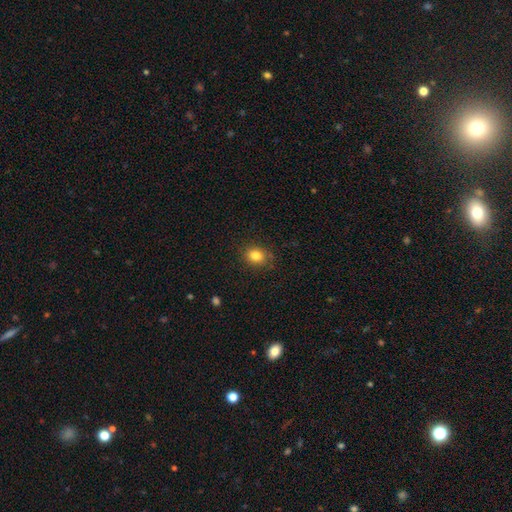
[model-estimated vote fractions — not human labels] Morphology: type=smooth (83%); roundness=round (58%); merging=none (83%).